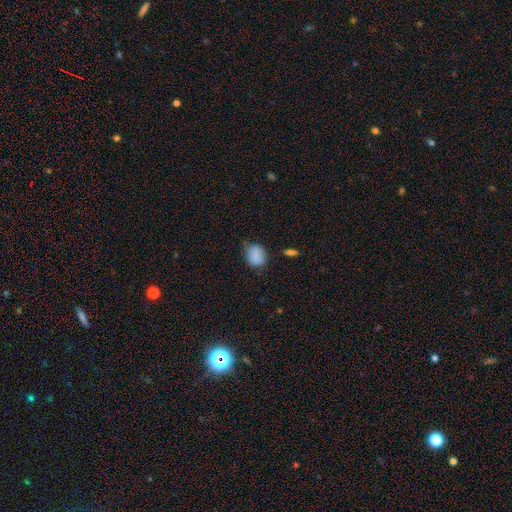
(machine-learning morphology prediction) The model was most divided on "how rounded": round: 56%, in between: 43%, cigar-shaped: 1%. More confident: smooth or featured — smooth (84%); merging — none (54%).